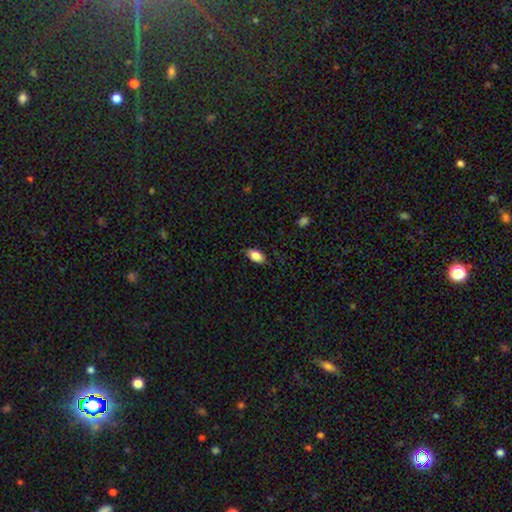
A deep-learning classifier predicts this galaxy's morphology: Smooth or featured? smooth (84%)
How rounded? in between (91%)
Merging? none (82%)